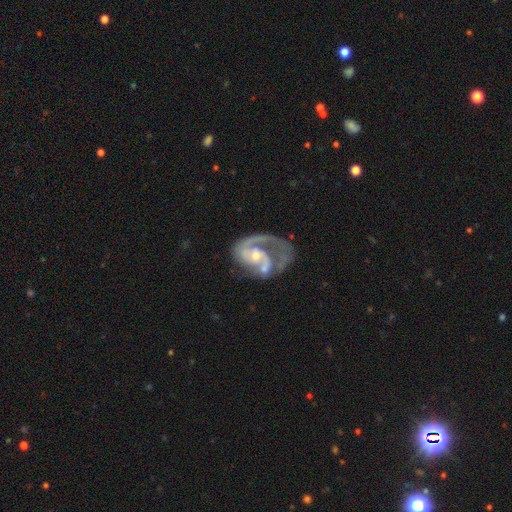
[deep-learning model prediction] The model was most divided on "merging": none: 36%, major disturbance: 30%, merger: 18%, minor disturbance: 16%. Remaining: edge-on disk — no (98%); spiral arms — yes (95%); smooth or featured — featured or disk (89%); spiral arm count — 2 (59%); bar — no (55%); bulge size — small (51%); spiral winding — medium (50%).